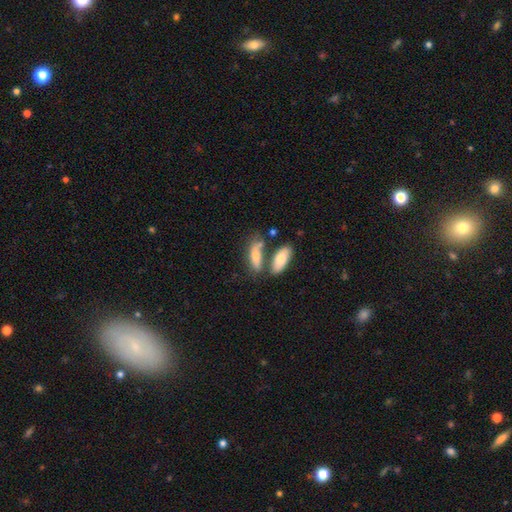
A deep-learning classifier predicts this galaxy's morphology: This is likely a smooth galaxy (67%). How rounded: likely in between (64%). Merging: marginally merger (39%).